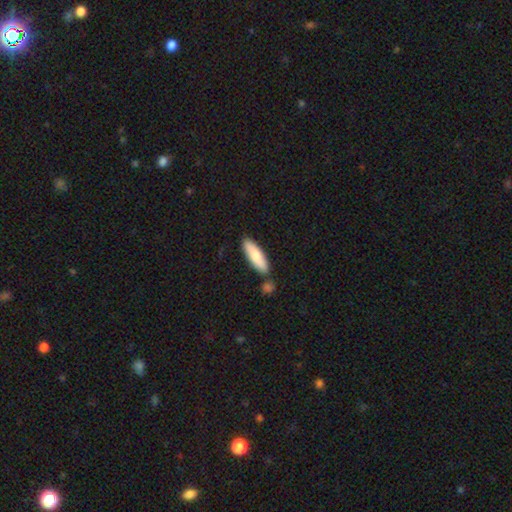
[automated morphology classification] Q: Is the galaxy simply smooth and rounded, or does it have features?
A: smooth — 80%.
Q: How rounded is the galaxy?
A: cigar-shaped — 55%.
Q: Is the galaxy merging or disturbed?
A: none — 77%.